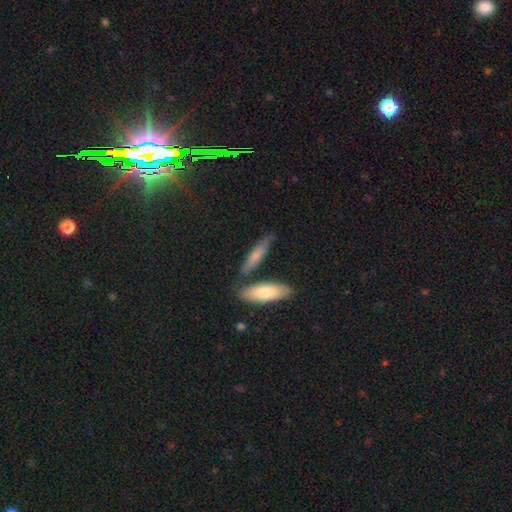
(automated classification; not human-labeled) Smooth or featured: smooth — 69% (featured or disk — 25%)
How rounded: cigar-shaped — 72% (in between — 25%)
Merging: none — 70% (minor disturbance — 15%)